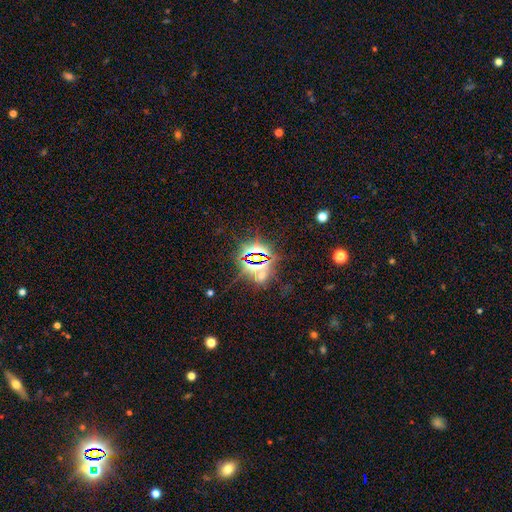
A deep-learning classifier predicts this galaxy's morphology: A star or artifact, not a galaxy (81%).

Vote fractions:
- Smooth or featured? star or artifact: 81% / smooth: 10% / featured or disk: 9%